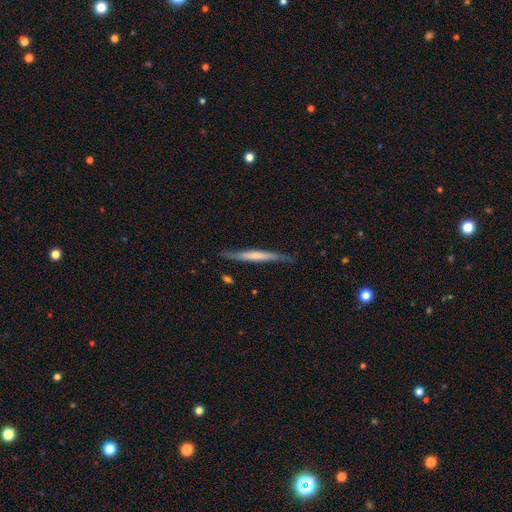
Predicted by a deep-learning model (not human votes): Smooth or featured? smooth (48%)
Merging? none (81%)